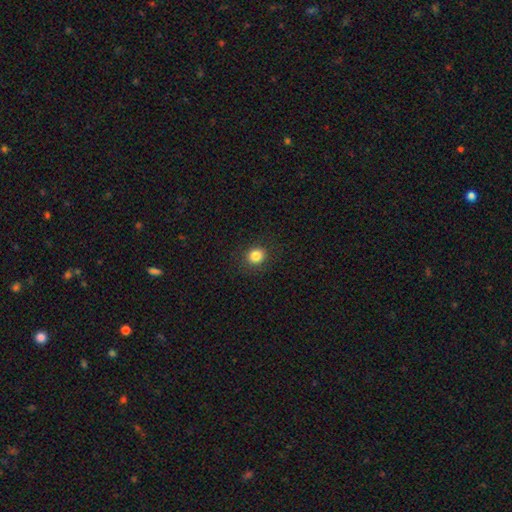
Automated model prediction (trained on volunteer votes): The model was most divided on "how rounded": round: 84%, in between: 15%, cigar-shaped: 1%. More confident: merging — none (89%); smooth or featured — smooth (84%).